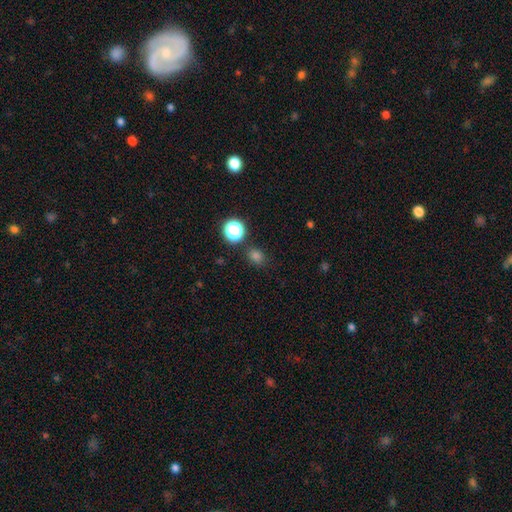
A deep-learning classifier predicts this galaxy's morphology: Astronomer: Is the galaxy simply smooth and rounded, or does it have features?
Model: smooth — 73%.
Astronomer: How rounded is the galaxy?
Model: round — 66%.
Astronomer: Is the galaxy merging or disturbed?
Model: none — 83%.